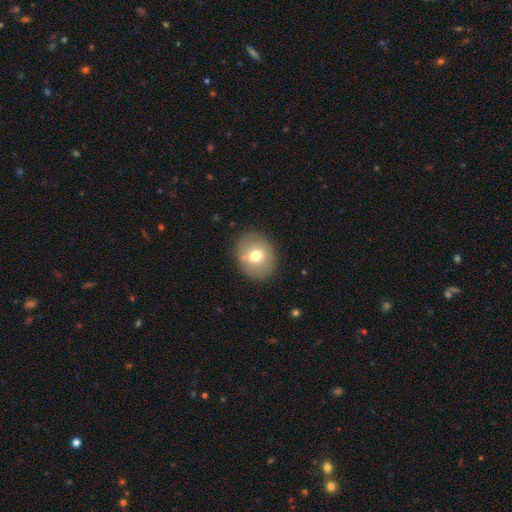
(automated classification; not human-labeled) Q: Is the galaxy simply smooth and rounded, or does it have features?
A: smooth — 66%.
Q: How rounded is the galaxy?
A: round — 61%.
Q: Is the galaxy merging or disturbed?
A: none — 85%.